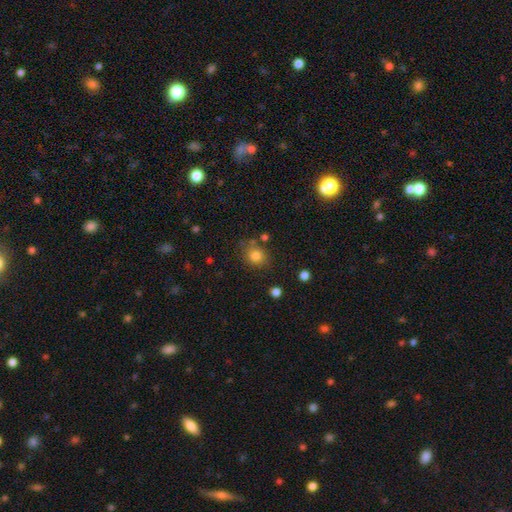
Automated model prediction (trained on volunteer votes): smooth-or-featured: smooth: 81% | star or artifact: 12% | featured or disk: 7%
  how-rounded: round: 73% | in between: 27% | cigar-shaped: 1%
  merging: none: 75% | minor disturbance: 14% | merger: 7% | major disturbance: 5%